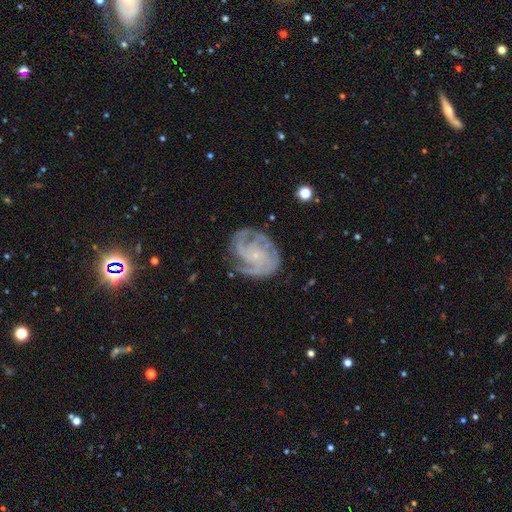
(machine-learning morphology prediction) A featured or disk galaxy (88%) with no bar (71%), 3 (35%) tight (52%) spiral arms (97%) and a small central bulge (79%).

Vote fractions:
- Smooth or featured? featured or disk: 88% / smooth: 7% / star or artifact: 6%
- Edge-on disk? no: 98% / yes: 2%
- Bar? no: 71% / weak: 23% / strong: 5%
- Spiral arms? yes: 97% / no: 3%
- Spiral winding? tight: 52% / medium: 40% / loose: 9%
- Spiral arm count? 3: 35% / 2: 26% / can't tell: 16% / 4: 11% / 1: 6% / more than 4: 6%
- Bulge size? small: 79% / none: 10% / moderate: 9% / large: 1% / dominant: 1%
- Merging? none: 69% / minor disturbance: 19% / major disturbance: 10% / merger: 2%